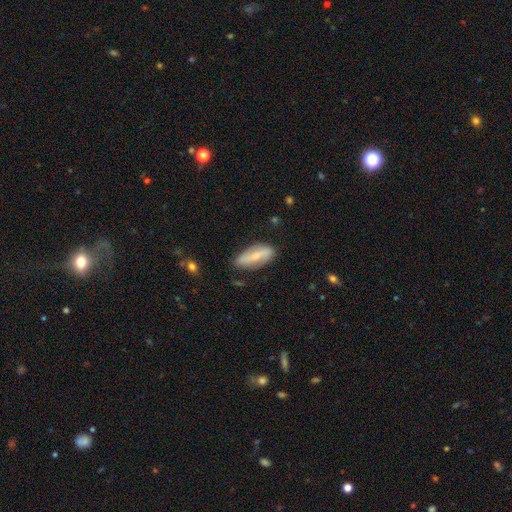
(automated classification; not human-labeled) A smooth galaxy with no disk features (54%) that is in between round and cigar-shaped (68%).

Vote fractions:
- Smooth or featured? smooth: 54% / featured or disk: 39% / star or artifact: 6%
- How rounded? in between: 68% / cigar-shaped: 29% / round: 3%
- Merging? none: 78% / minor disturbance: 17% / major disturbance: 3% / merger: 2%